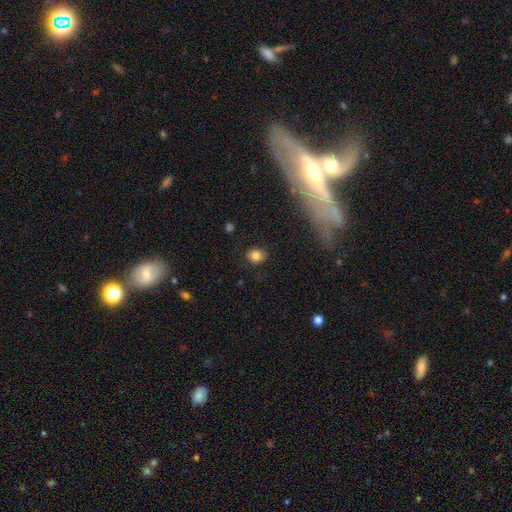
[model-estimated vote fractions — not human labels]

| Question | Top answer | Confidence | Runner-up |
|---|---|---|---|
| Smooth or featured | smooth | 81% | star or artifact (11%) |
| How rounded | round | 57% | in between (42%) |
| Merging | none | 83% | minor disturbance (13%) |